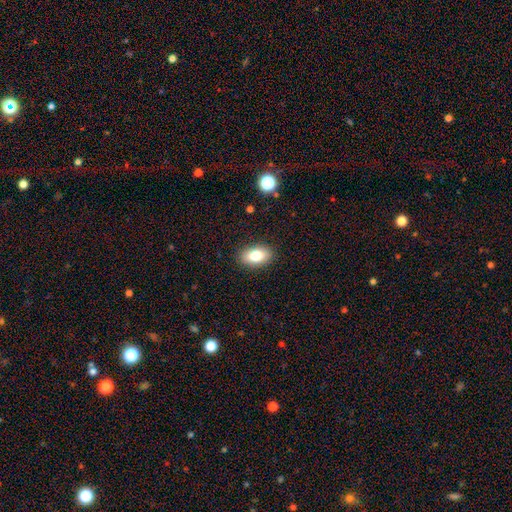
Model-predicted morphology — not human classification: Smooth or featured: smooth — 80% (featured or disk — 11%)
How rounded: in between — 89% (round — 9%)
Merging: none — 88% (minor disturbance — 8%)